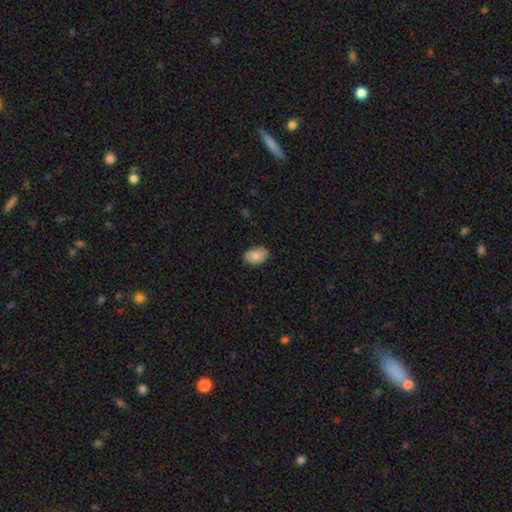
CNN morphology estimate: type=smooth (82%); roundness=in between (88%); merging=none (84%).